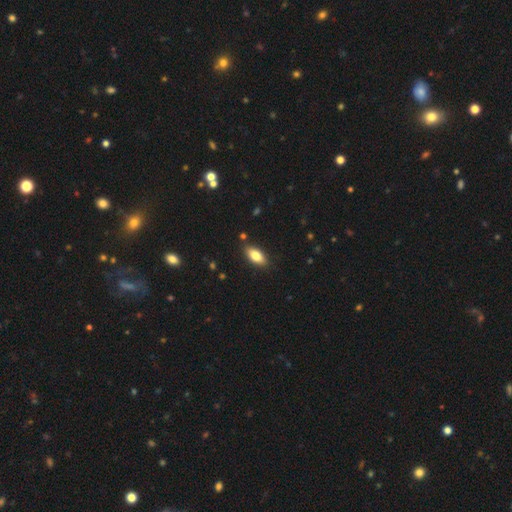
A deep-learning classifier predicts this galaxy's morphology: type=smooth (81%); roundness=in between (87%); merging=none (86%).